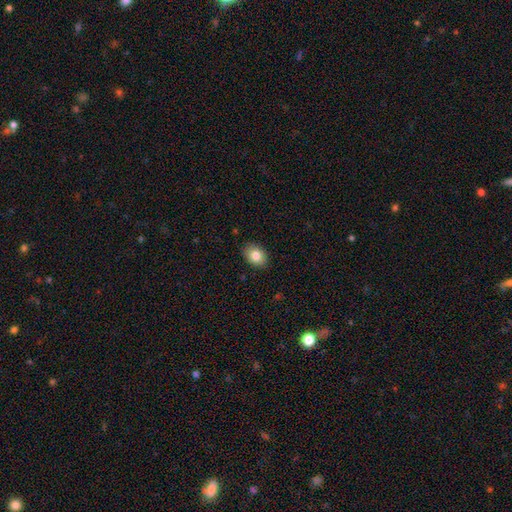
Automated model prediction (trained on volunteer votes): The model was most divided on "how rounded": in between: 74%, round: 25%, cigar-shaped: 1%. More confident: merging — none (88%); smooth or featured — smooth (83%).